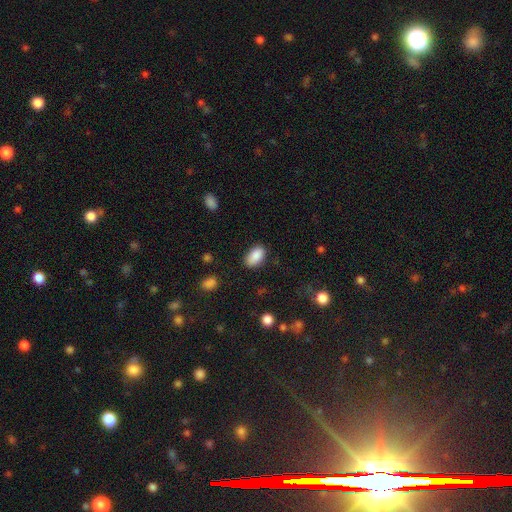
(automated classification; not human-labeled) This is clearly a smooth galaxy (88%). How rounded: clearly in between (93%). Merging: clearly none (82%).